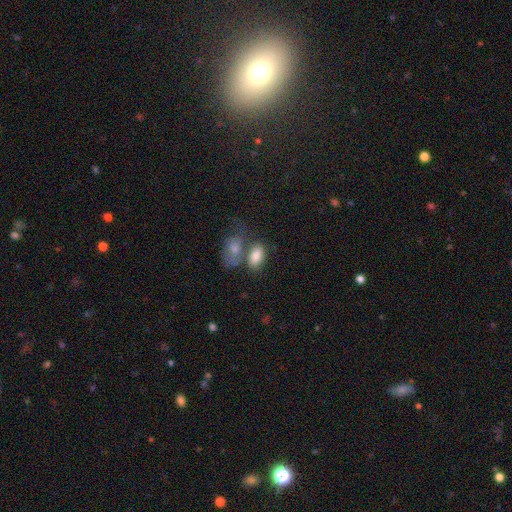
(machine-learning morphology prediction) Q: Smooth or featured?
A: smooth (82%); runner-up: featured or disk (10%)
Q: How rounded?
A: in between (92%); runner-up: round (6%)
Q: Merging?
A: merger (42%); runner-up: none (39%)